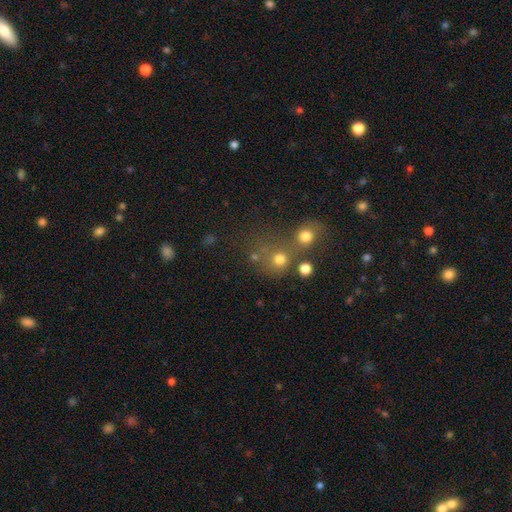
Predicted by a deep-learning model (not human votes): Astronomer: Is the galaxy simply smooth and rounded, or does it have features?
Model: smooth — 61%.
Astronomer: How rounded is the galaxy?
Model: round — 84%.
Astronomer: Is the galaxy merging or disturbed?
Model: none — 46% (runner-up: merger, 39%).